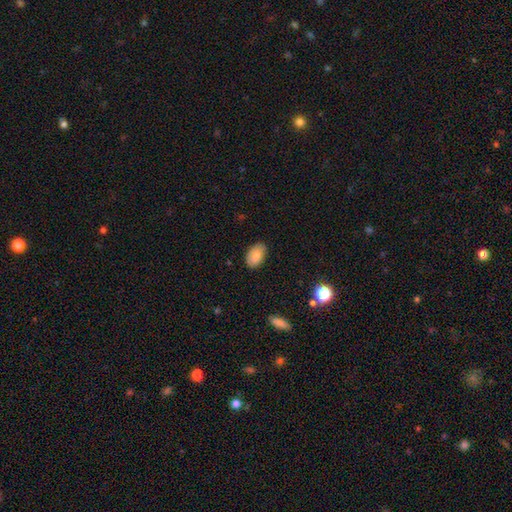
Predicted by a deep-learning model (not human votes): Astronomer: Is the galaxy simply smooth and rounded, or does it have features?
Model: smooth — 80%.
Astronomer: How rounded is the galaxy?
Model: in between — 92%.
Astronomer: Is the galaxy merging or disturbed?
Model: none — 80%.